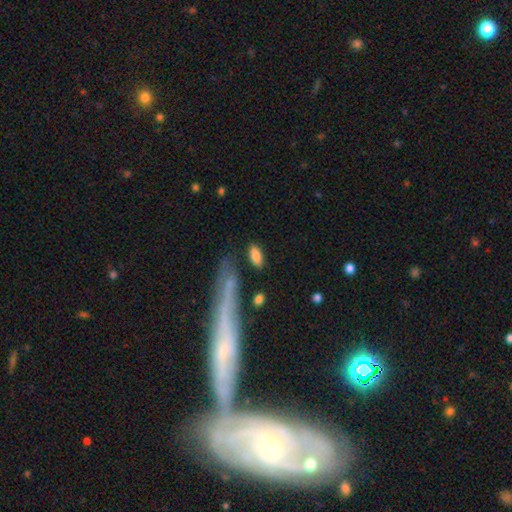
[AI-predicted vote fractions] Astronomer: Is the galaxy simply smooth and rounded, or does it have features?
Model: smooth — 84%.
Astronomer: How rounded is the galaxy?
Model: in between — 86%.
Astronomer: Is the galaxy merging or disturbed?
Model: none — 77%.